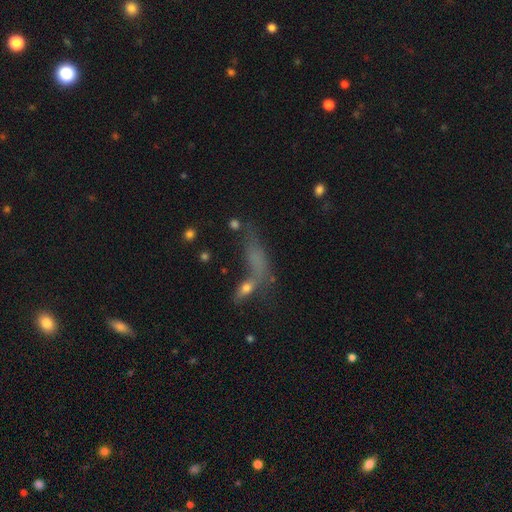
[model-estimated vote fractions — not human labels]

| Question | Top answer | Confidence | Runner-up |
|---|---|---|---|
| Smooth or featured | smooth | 55% | featured or disk (25%) |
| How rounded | cigar-shaped | 47% | in between (46%) |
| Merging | none | 34% | merger (30%) |